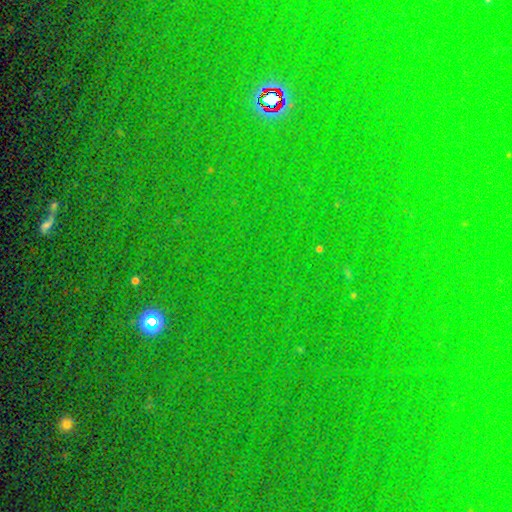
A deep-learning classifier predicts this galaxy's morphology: Overall: star or artifact (81%).